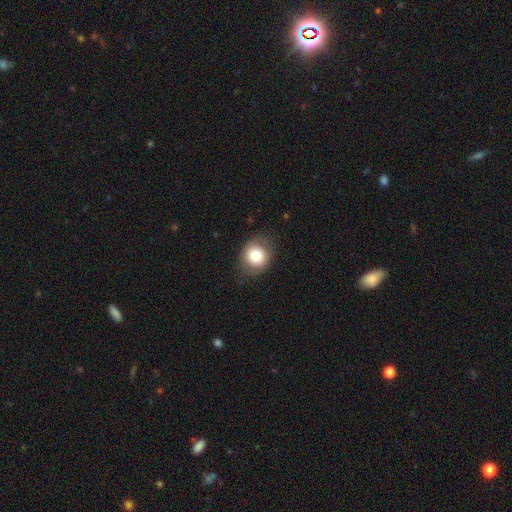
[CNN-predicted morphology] This appears to be a smooth galaxy with no disk features (79%) that is round (78%). Merging: none (79%).